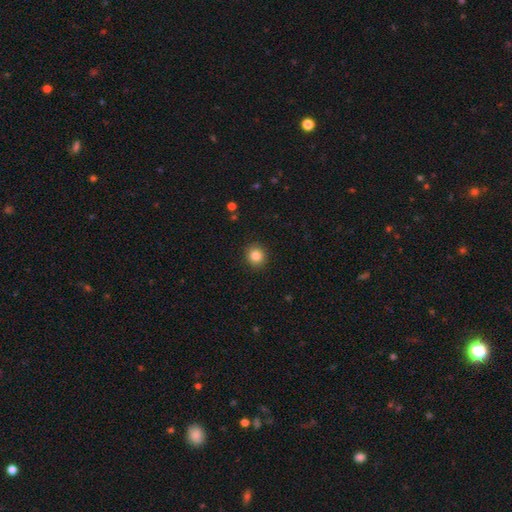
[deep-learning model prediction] This is clearly a smooth galaxy (84%). How rounded: clearly round (89%). Merging: clearly none (91%).